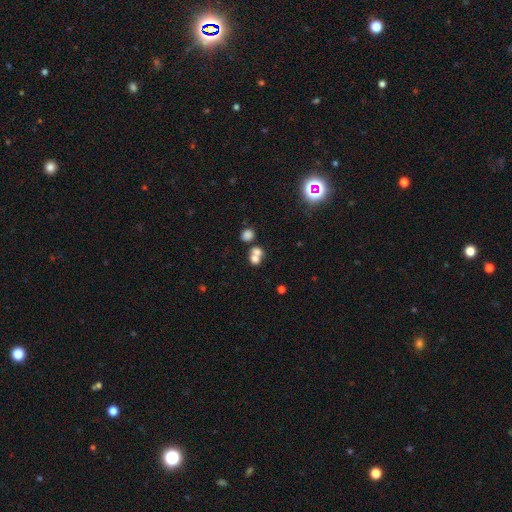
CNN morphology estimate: The model was most divided on "merging": merger: 62%, none: 28%, minor disturbance: 6%, major disturbance: 4%. More confident: smooth or featured — smooth (71%); how rounded — round (67%).